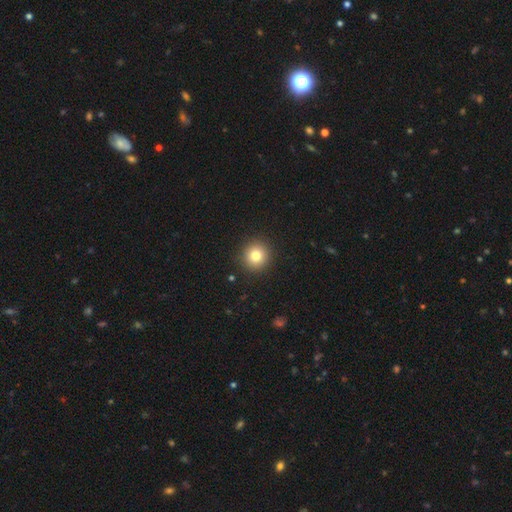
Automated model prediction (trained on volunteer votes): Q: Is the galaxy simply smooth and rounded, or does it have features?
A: smooth — 80%.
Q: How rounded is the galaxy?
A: round — 93%.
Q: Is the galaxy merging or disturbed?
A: none — 92%.